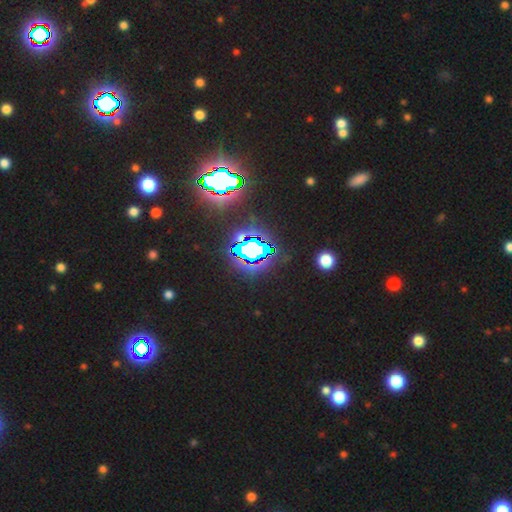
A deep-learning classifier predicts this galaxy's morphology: Smooth or featured? Predicted: star or artifact (p=0.77).